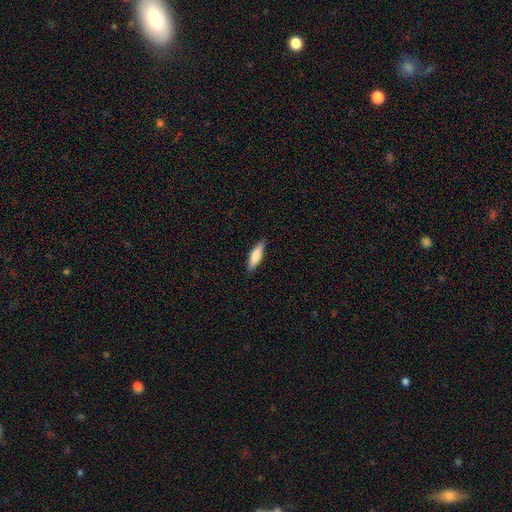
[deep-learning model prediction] The model was most divided on "how rounded": cigar-shaped: 59%, in between: 39%, round: 2%. More confident: merging — none (86%); smooth or featured — smooth (78%).